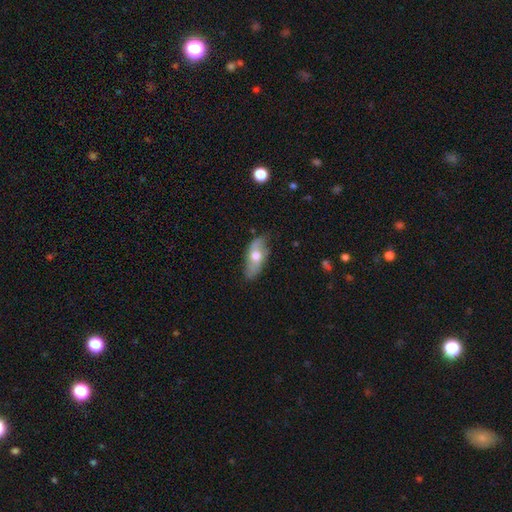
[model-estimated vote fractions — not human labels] Overall: smooth (49%; featured or disk 44%). Merging: none (73%).